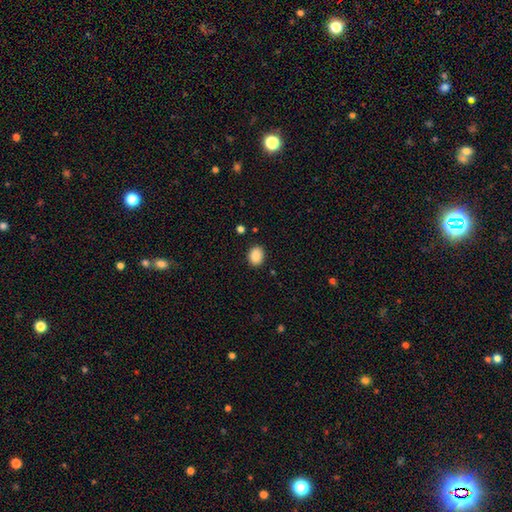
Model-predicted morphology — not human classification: smooth 89%, star or artifact 8%, featured or disk 3%. Down the decision tree: how rounded — in between (54%); merging — none (87%).